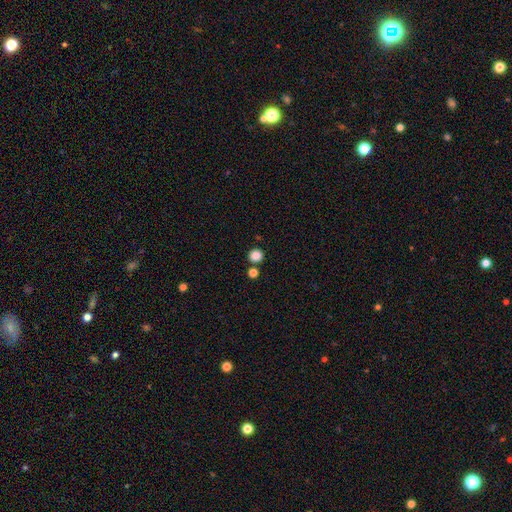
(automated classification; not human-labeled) Smooth or featured: smooth — 85% (star or artifact — 11%)
How rounded: round — 91% (in between — 8%)
Merging: none — 80% (merger — 11%)